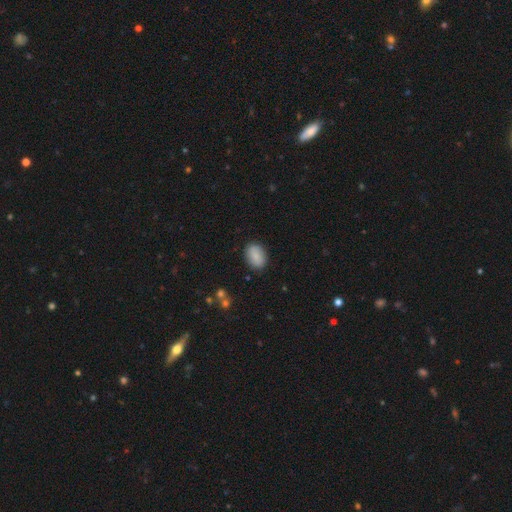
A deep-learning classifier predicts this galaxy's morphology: smooth-or-featured: smooth: 86% | featured or disk: 7% | star or artifact: 7%
  how-rounded: in between: 82% | round: 16% | cigar-shaped: 1%
  merging: none: 87% | minor disturbance: 10% | major disturbance: 2% | merger: 1%